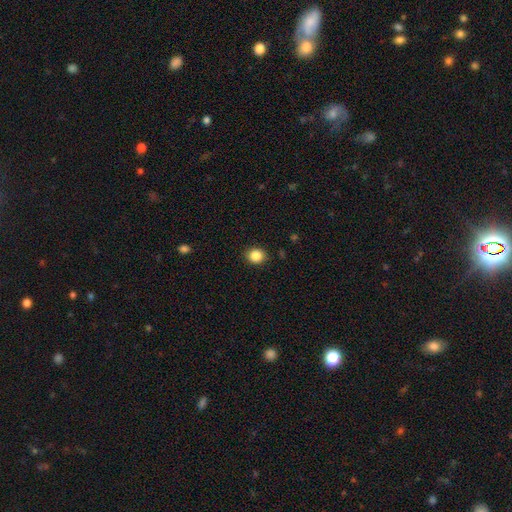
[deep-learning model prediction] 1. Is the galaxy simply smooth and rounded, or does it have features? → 86% smooth, 10% star or artifact, 4% featured or disk.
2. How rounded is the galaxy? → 72% round, 27% in between, 1% cigar-shaped.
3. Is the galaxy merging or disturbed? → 89% none, 8% minor disturbance, 2% major disturbance, 1% merger.